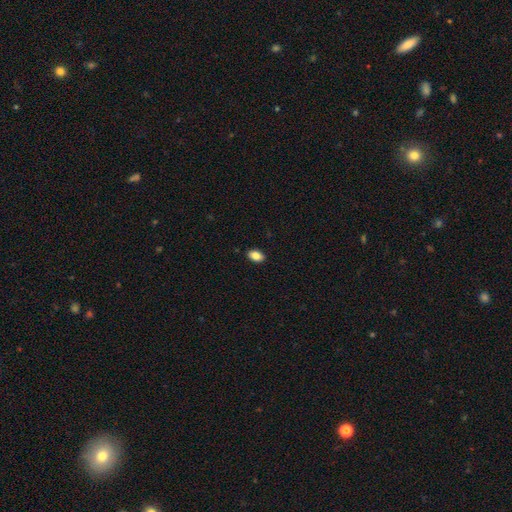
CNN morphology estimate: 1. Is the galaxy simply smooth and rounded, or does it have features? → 85% smooth, 8% star or artifact, 7% featured or disk.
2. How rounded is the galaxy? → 89% in between, 9% round, 2% cigar-shaped.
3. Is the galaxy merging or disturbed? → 89% none, 8% minor disturbance, 2% major disturbance, 1% merger.